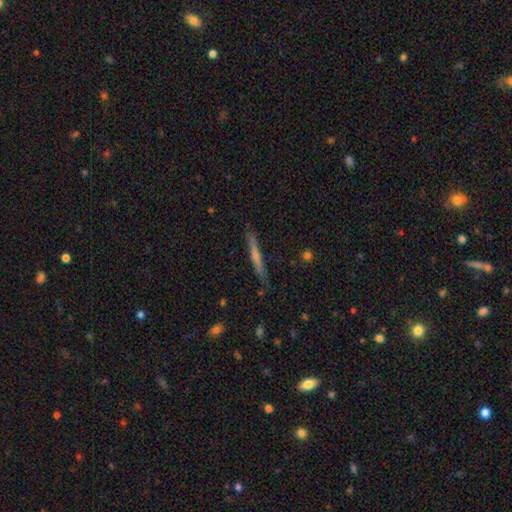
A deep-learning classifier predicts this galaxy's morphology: type=featured or disk (57%); edge-on=yes (97%); edge-on bulge=none (48%); merging=none (88%).